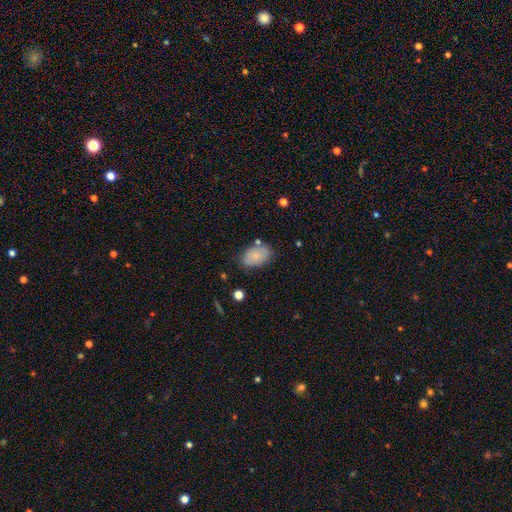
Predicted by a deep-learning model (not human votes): Smooth or featured? Predicted: smooth (p=0.76). How rounded? Predicted: in between (p=0.90). Merging? Predicted: none (p=0.73).